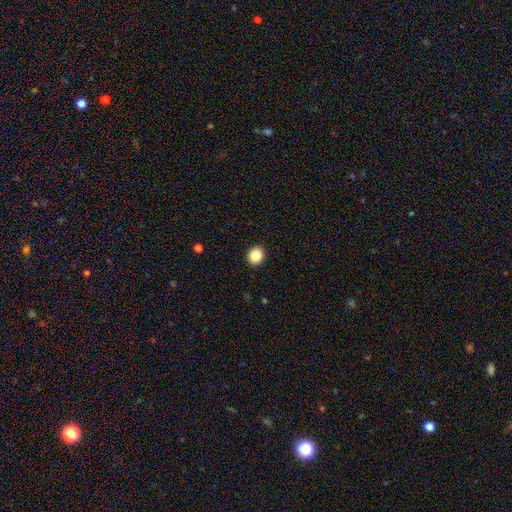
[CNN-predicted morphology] This appears to be a smooth galaxy with no disk features (84%) that is round (74%). Merging: none (92%).